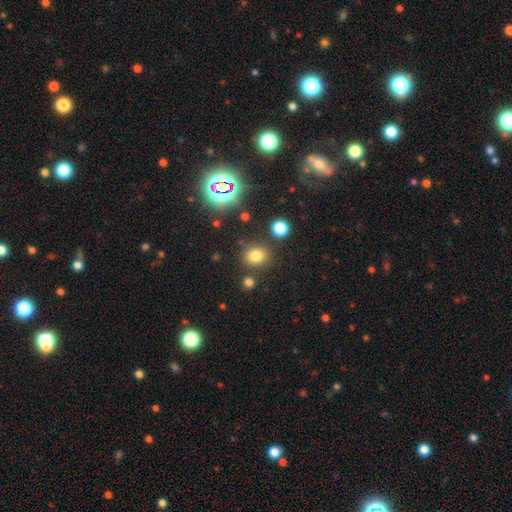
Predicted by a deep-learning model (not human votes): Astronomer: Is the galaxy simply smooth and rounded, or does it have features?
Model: smooth — 75%.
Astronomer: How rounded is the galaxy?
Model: round — 70%.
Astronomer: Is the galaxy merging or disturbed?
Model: none — 80%.